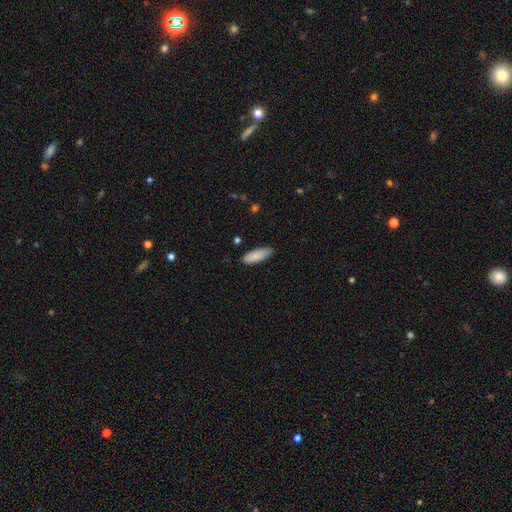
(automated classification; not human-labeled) smooth-or-featured: smooth: 87% | featured or disk: 7% | star or artifact: 6%
  how-rounded: in between: 67% | cigar-shaped: 31% | round: 2%
  merging: none: 82% | minor disturbance: 14% | major disturbance: 2% | merger: 1%